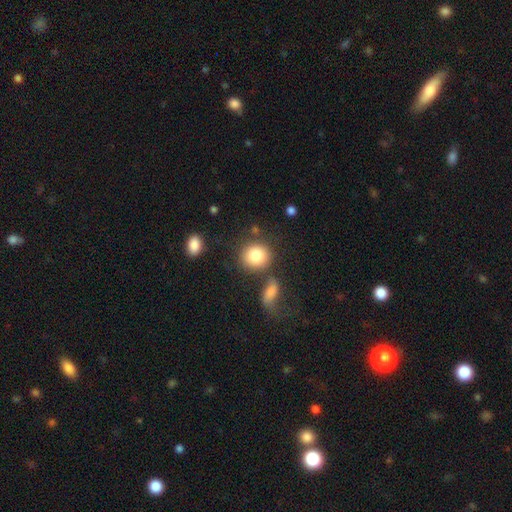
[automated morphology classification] smooth_or_featured: smooth (p=0.84) [alt: featured or disk p=0.09]
how_rounded: round (p=0.82) [alt: in between p=0.17]
merging: none (p=0.67) [alt: merger p=0.15]